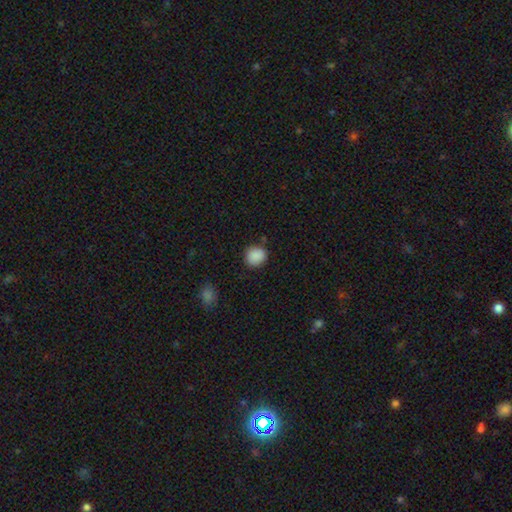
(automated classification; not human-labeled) Smooth or featured: smooth — 88% (star or artifact — 9%)
How rounded: round — 81% (in between — 18%)
Merging: none — 82% (minor disturbance — 12%)